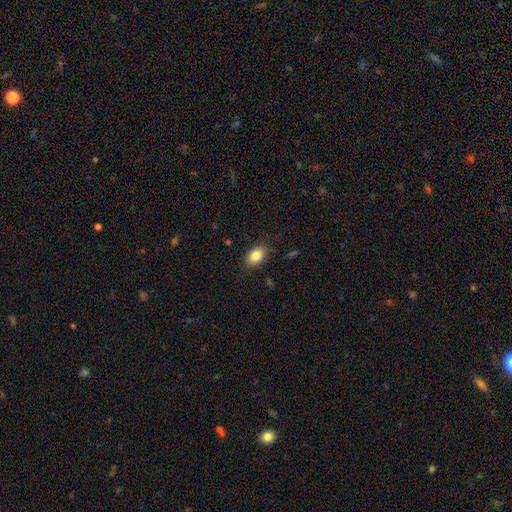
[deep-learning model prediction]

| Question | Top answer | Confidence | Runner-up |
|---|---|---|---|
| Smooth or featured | smooth | 84% | star or artifact (8%) |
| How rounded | in between | 87% | round (11%) |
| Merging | none | 84% | minor disturbance (12%) |